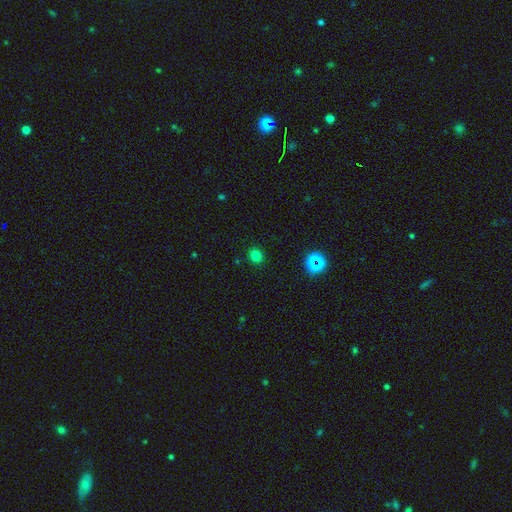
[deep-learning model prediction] Smooth or featured?
  - smooth: 78% *
  - star or artifact: 17%
  - featured or disk: 5%
How rounded?
  - round: 82% *
  - in between: 17%
  - cigar-shaped: 1%
Merging?
  - none: 90% *
  - minor disturbance: 6%
  - major disturbance: 2%
  - merger: 1%